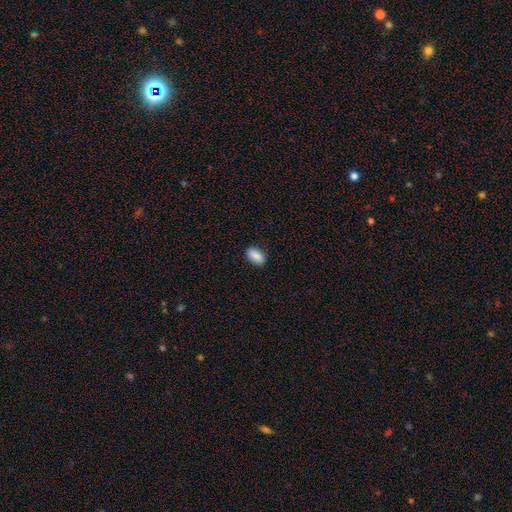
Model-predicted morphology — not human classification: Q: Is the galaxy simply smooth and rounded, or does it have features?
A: smooth — 88%.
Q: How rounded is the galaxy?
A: in between — 89%.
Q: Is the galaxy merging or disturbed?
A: none — 87%.